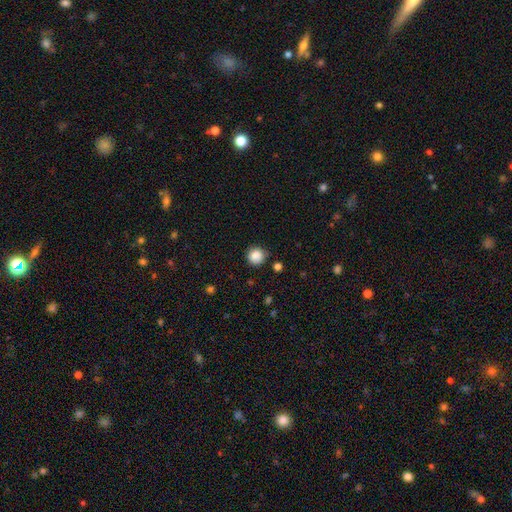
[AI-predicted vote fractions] This is clearly a smooth galaxy (86%). How rounded: clearly round (93%). Merging: clearly none (82%).